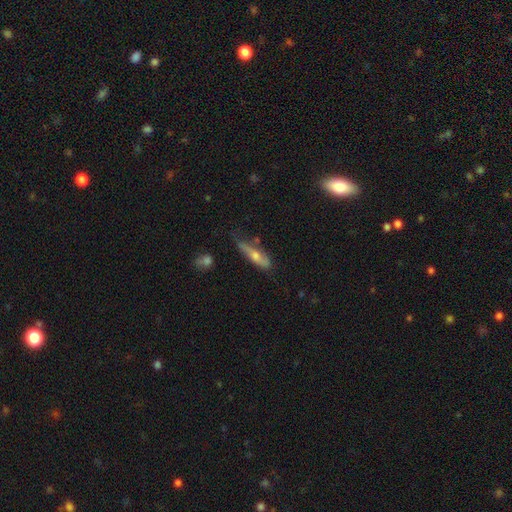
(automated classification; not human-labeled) This is possibly a featured or disk galaxy (47%). Merging: likely none (61%).